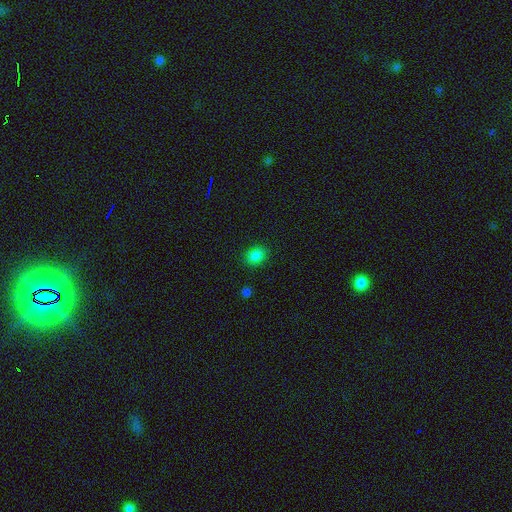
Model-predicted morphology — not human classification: Smooth or featured: smooth — 84% (star or artifact — 13%)
How rounded: in between — 51% (round — 48%)
Merging: none — 88% (minor disturbance — 8%)